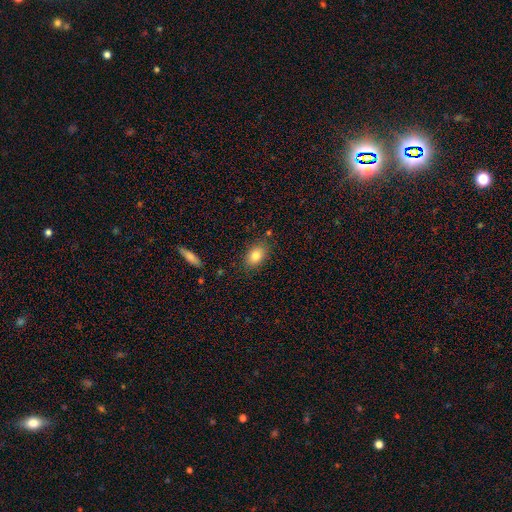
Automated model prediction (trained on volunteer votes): Morphology: type=smooth (82%); roundness=in between (83%); merging=none (82%).